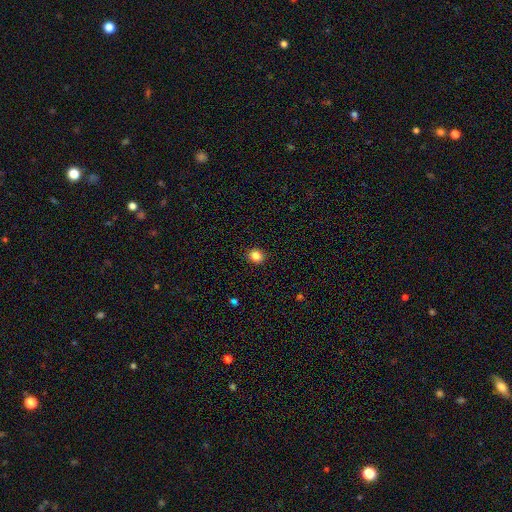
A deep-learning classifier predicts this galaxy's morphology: Overall: smooth (85%). How rounded: round (75%). Merging: none (91%).